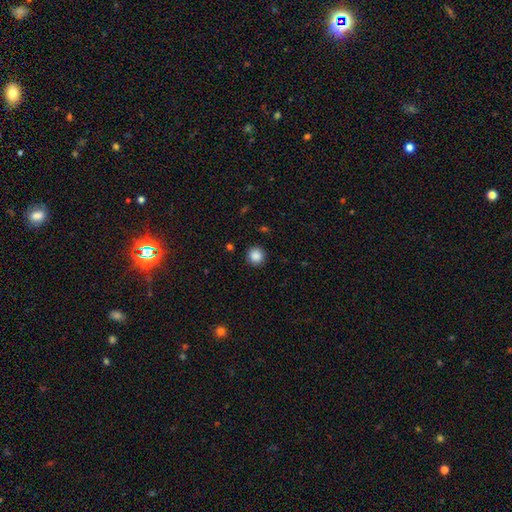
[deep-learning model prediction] Smooth or featured? Predicted: smooth (p=0.87). How rounded? Predicted: round (p=0.91). Merging? Predicted: none (p=0.90).